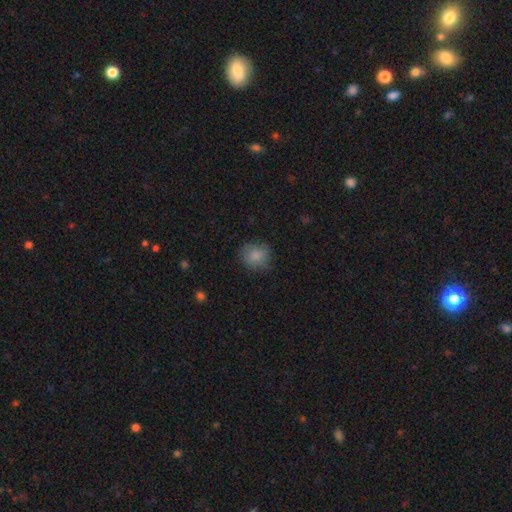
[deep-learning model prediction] Q: Smooth or featured?
A: smooth (82%); runner-up: featured or disk (10%)
Q: How rounded?
A: round (77%); runner-up: in between (22%)
Q: Merging?
A: none (73%); runner-up: minor disturbance (20%)